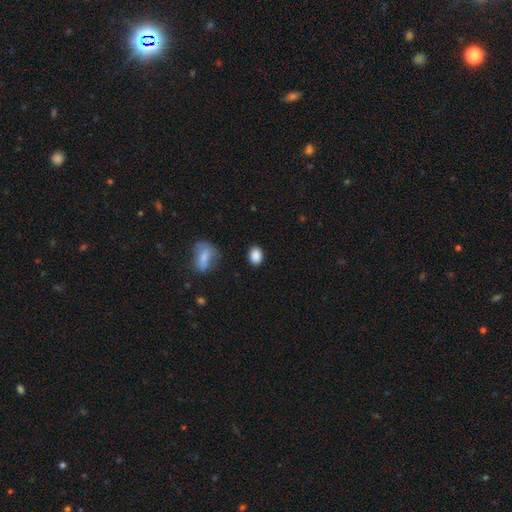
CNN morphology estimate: Smooth or featured: smooth — 88% (star or artifact — 8%)
How rounded: in between — 64% (round — 34%)
Merging: none — 85% (minor disturbance — 10%)